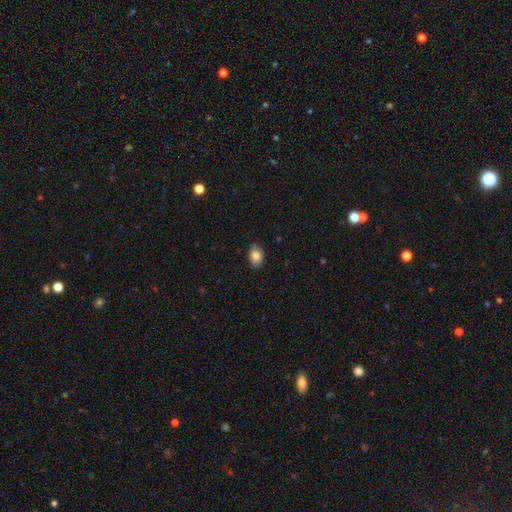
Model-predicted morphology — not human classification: Overall: smooth (84%). How rounded: in between (82%). Merging: none (80%).